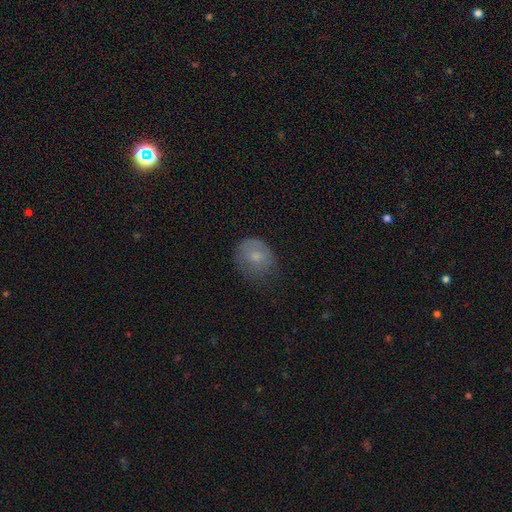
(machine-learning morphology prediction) Smooth or featured? Predicted: smooth (p=0.72). How rounded? Predicted: round (p=0.65). Merging? Predicted: none (p=0.57).